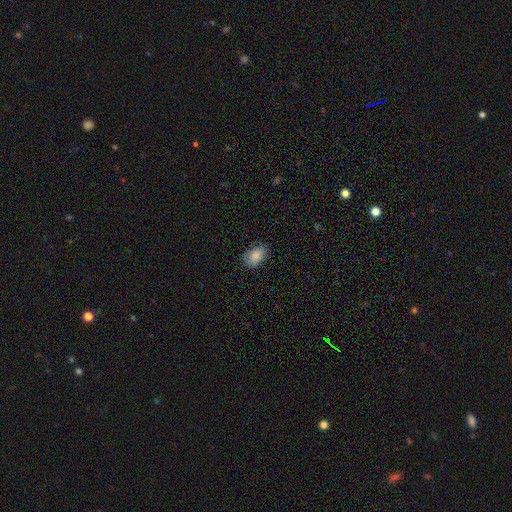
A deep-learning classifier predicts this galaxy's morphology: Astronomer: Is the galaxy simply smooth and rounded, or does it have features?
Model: smooth — 83%.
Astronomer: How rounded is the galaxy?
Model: in between — 85%.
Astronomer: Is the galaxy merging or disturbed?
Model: none — 77%.